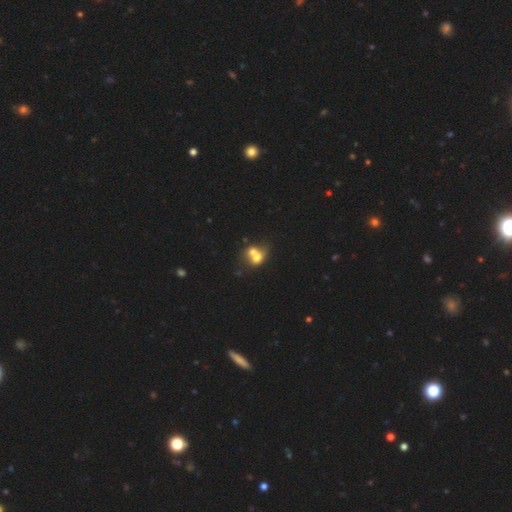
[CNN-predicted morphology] smooth 63%, featured or disk 25%, star or artifact 12%. Down the decision tree: how rounded — round (59%); merging — merger (71%).